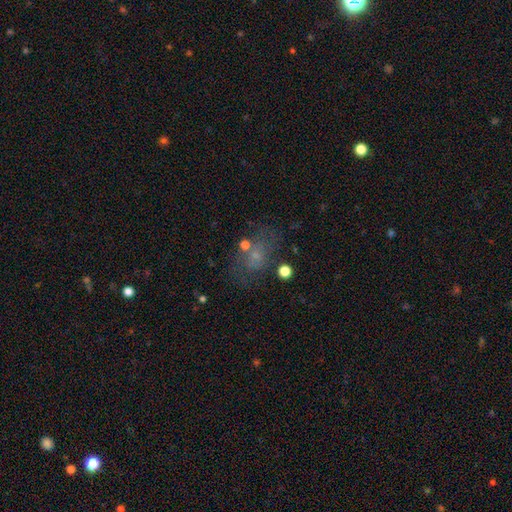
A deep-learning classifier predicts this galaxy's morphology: Overall: smooth (41%; featured or disk 33%). Merging: none (54%; minor disturbance 19%).